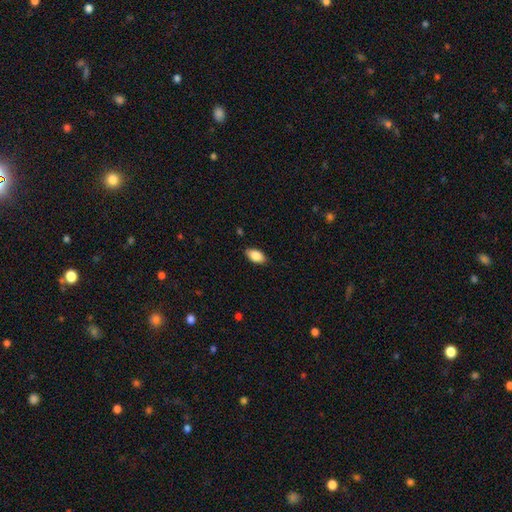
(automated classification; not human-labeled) The model was most divided on "merging": none: 85%, minor disturbance: 12%, major disturbance: 2%, merger: 1%. More confident: how rounded — in between (93%); smooth or featured — smooth (87%).